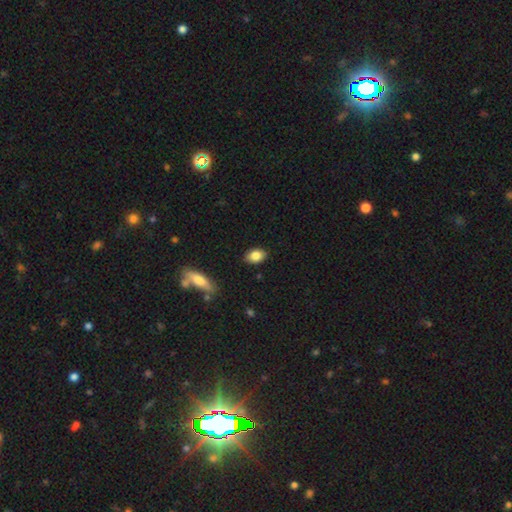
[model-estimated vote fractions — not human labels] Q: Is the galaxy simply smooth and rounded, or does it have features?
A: smooth — 83%.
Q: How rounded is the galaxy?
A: in between — 85%.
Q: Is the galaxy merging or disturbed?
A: none — 87%.